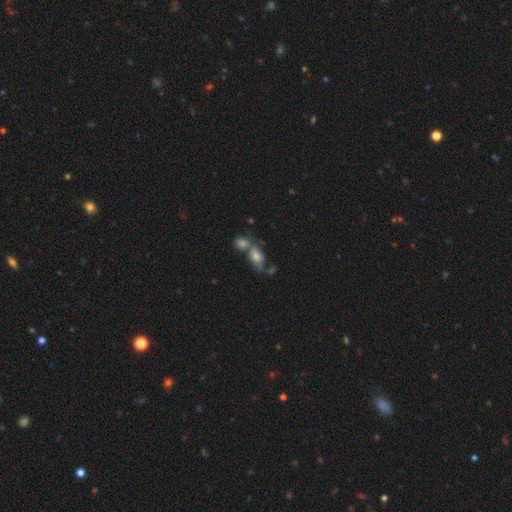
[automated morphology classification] Smooth or featured? smooth (60%)
How rounded? in between (77%)
Merging? merger (46%)